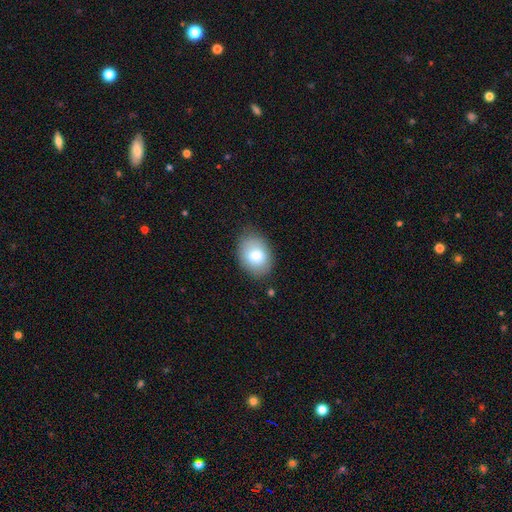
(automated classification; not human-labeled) smooth-or-featured: smooth: 80% | featured or disk: 13% | star or artifact: 7%
  how-rounded: in between: 75% | round: 24% | cigar-shaped: 1%
  merging: none: 76% | minor disturbance: 18% | major disturbance: 4% | merger: 2%